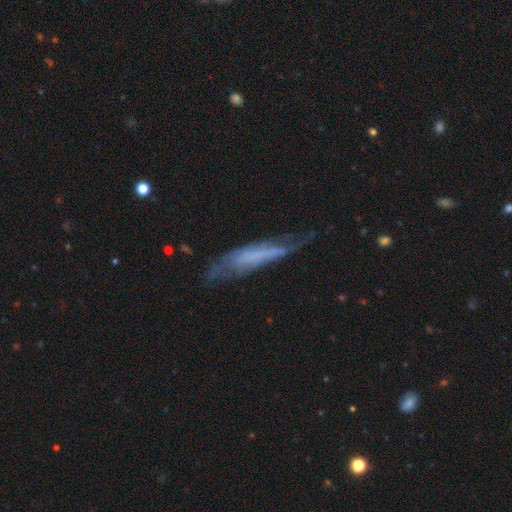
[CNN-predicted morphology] type=featured or disk (51%); edge-on=yes (54%); merging=none (45%).